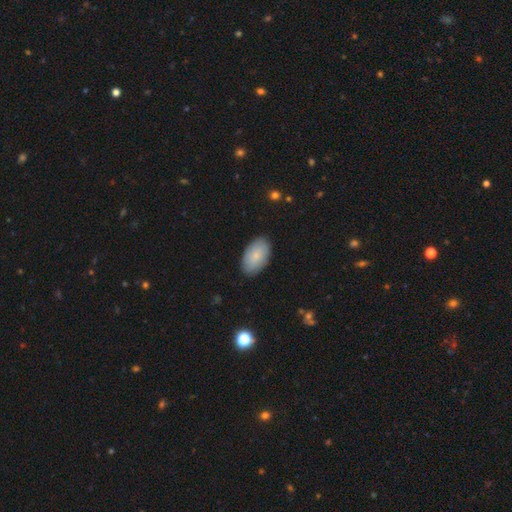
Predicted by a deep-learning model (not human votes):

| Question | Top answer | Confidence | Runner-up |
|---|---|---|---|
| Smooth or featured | smooth | 80% | featured or disk (14%) |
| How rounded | in between | 95% | round (4%) |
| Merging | none | 87% | minor disturbance (10%) |